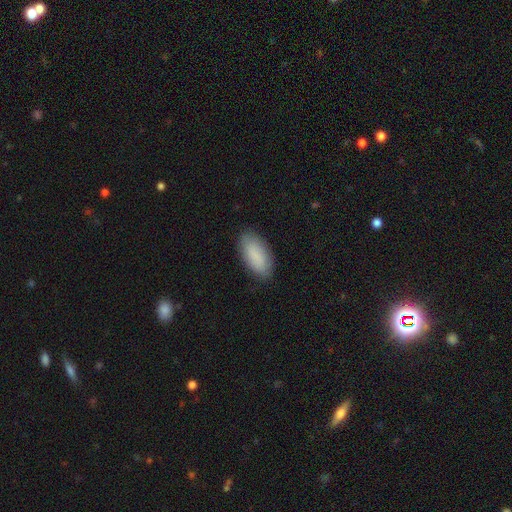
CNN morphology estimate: The model was most divided on "merging": none: 85%, minor disturbance: 12%, major disturbance: 2%, merger: 1%. More confident: how rounded — in between (90%); smooth or featured — smooth (87%).